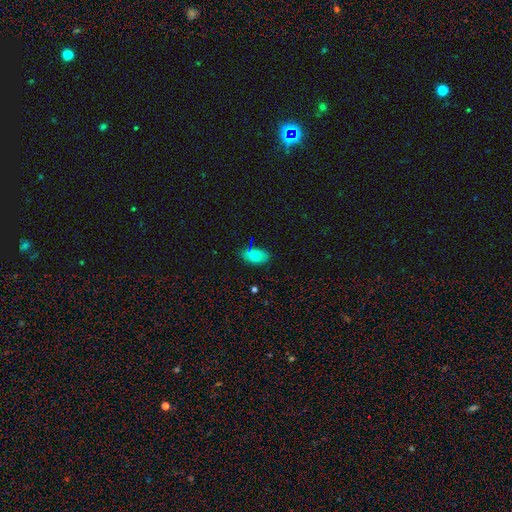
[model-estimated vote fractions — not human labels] Smooth or featured?
  - smooth: 78% *
  - star or artifact: 11%
  - featured or disk: 11%
How rounded?
  - in between: 91% *
  - round: 6%
  - cigar-shaped: 3%
Merging?
  - none: 75% *
  - minor disturbance: 18%
  - merger: 4%
  - major disturbance: 3%